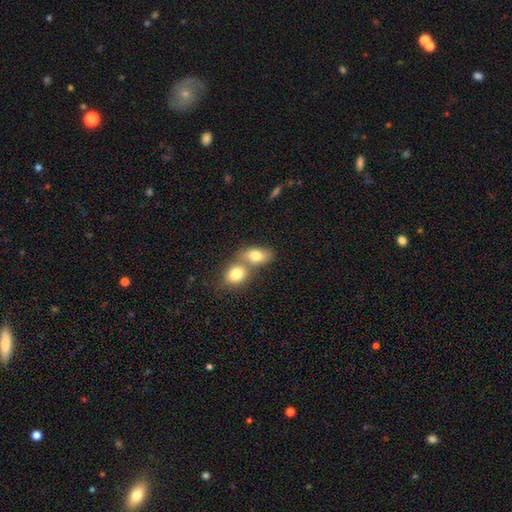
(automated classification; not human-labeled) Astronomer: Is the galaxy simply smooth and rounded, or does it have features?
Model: smooth — 78%.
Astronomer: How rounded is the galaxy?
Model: in between — 78%.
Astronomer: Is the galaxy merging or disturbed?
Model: merger — 56% (runner-up: none, 33%).